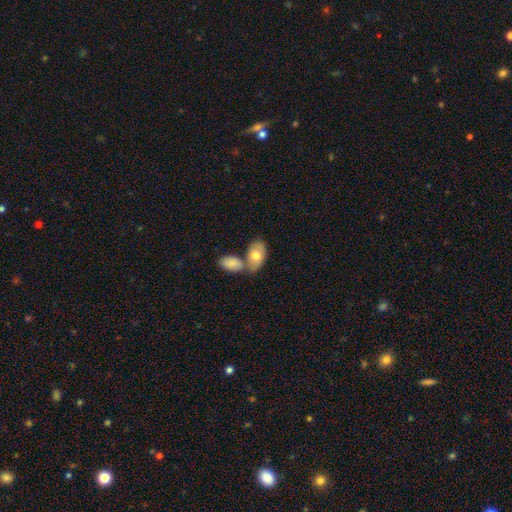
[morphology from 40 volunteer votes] Smooth or featured? smooth (78%)
How rounded? in between (90%)
Merging? none (42%, tied with merger)